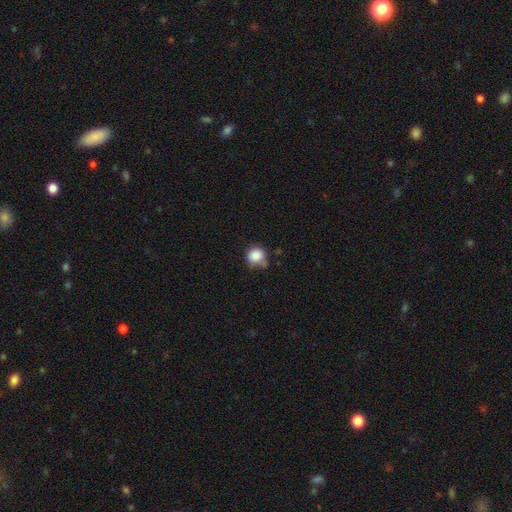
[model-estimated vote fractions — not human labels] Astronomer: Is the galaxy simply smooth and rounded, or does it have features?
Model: smooth — 86%.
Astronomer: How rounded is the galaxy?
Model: round — 90%.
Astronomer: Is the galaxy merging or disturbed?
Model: none — 61%.